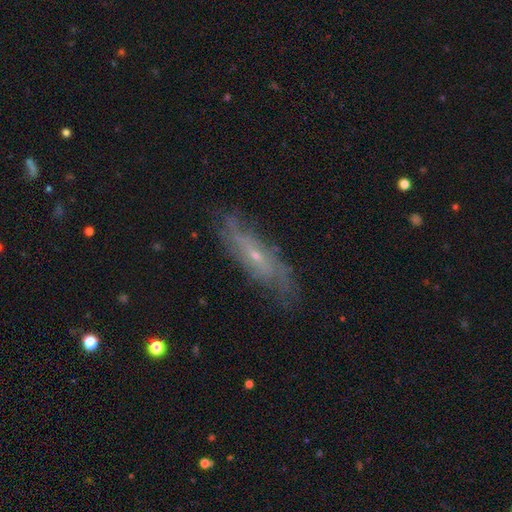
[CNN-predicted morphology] type=featured or disk (71%); edge-on=no (69%); merging=none (70%).